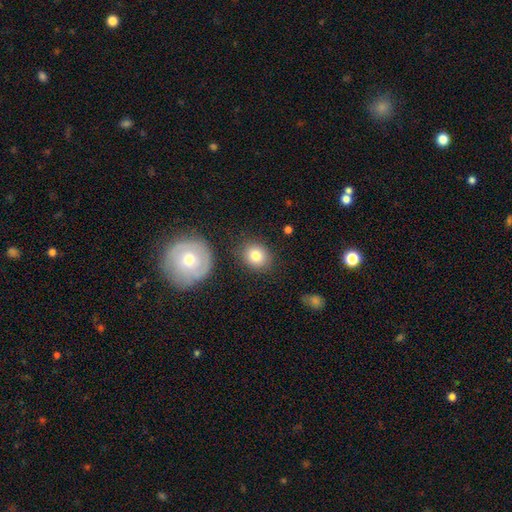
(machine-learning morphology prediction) Smooth or featured: smooth — 81% (featured or disk — 10%)
How rounded: round — 68% (in between — 31%)
Merging: none — 81% (minor disturbance — 11%)